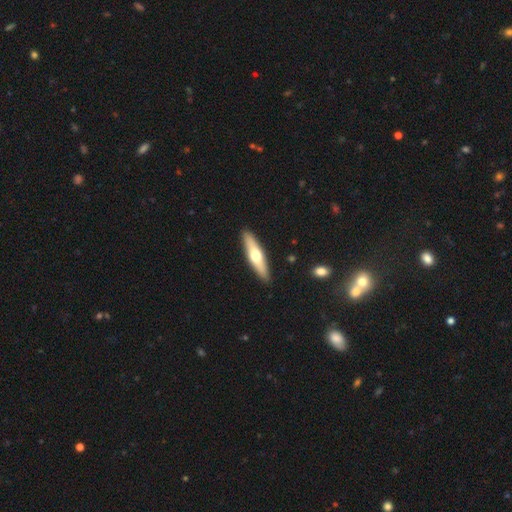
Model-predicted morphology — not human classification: Q: Smooth or featured?
A: featured or disk (48%); runner-up: smooth (47%)
Q: Merging?
A: none (90%); runner-up: minor disturbance (7%)